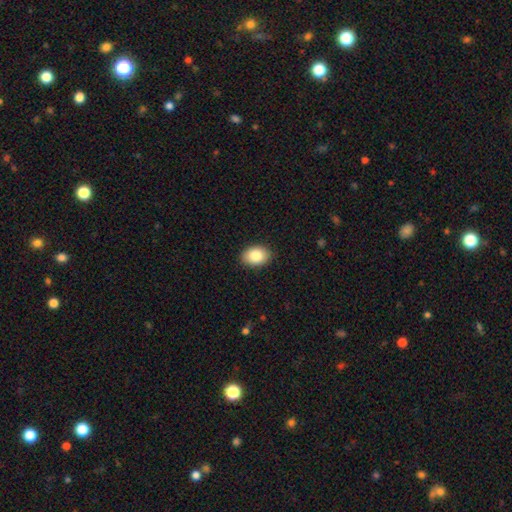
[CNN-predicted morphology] smooth_or_featured: smooth (p=0.85) [alt: featured or disk p=0.08]
how_rounded: in between (p=0.78) [alt: round p=0.21]
merging: none (p=0.89) [alt: minor disturbance p=0.08]